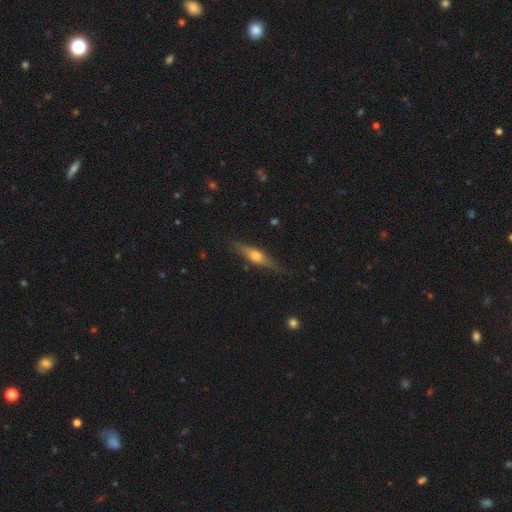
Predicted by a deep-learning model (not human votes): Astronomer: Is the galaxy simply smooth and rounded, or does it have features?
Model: featured or disk — 59% (runner-up: smooth, 35%).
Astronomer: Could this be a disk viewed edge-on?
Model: yes — 94%.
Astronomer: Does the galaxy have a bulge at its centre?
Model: rounded — 90%.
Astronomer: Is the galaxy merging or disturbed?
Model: none — 83%.